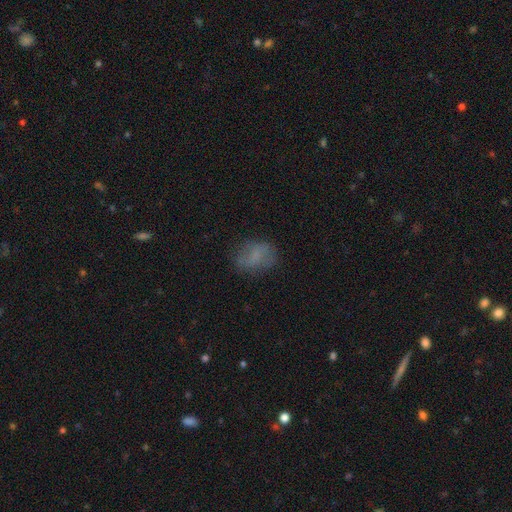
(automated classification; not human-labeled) This is likely a smooth galaxy (64%). How rounded: likely in between (71%). Merging: likely none (70%).